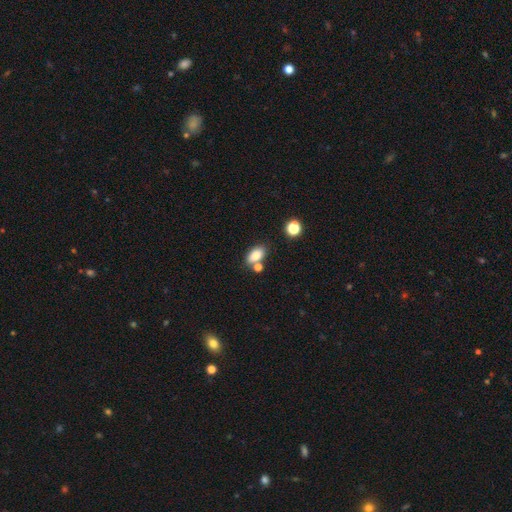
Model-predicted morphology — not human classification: Q: Smooth or featured?
A: smooth (83%); runner-up: star or artifact (10%)
Q: How rounded?
A: in between (87%); runner-up: round (10%)
Q: Merging?
A: none (63%); runner-up: merger (20%)